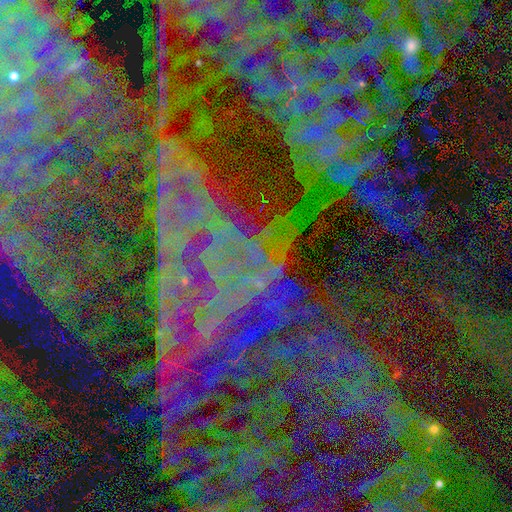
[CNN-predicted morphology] This appears to be a star or artifact, not a galaxy (86%).